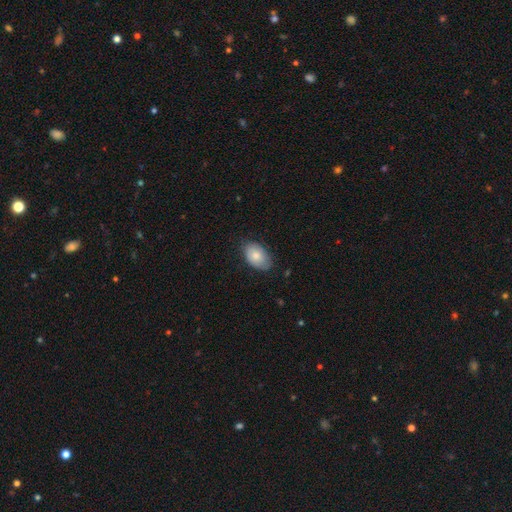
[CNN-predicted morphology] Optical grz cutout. It shows a smooth galaxy with no disk features (79%) that is in between round and cigar-shaped (90%). Merging: none (74%).